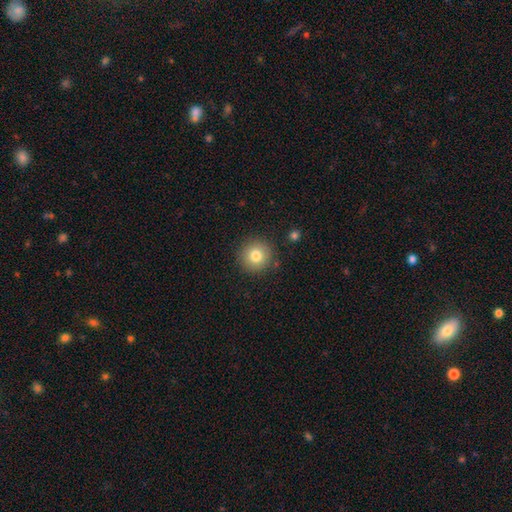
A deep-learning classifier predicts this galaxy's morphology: This appears to be a smooth galaxy with no disk features (80%) that is round (94%). Merging: none (89%).